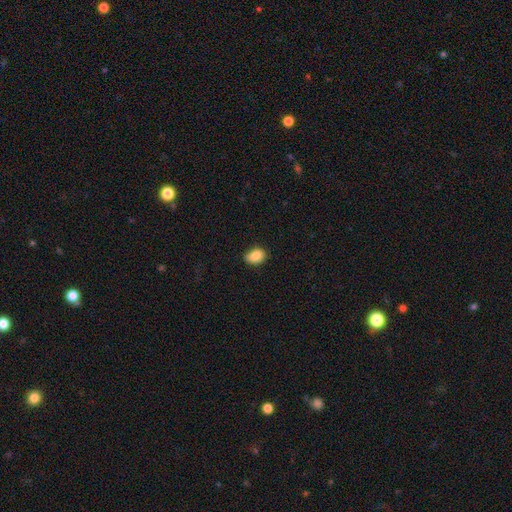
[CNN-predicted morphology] The model was most divided on "merging": none: 68%, minor disturbance: 26%, major disturbance: 4%, merger: 1%. More confident: smooth or featured — smooth (88%); how rounded — in between (75%).